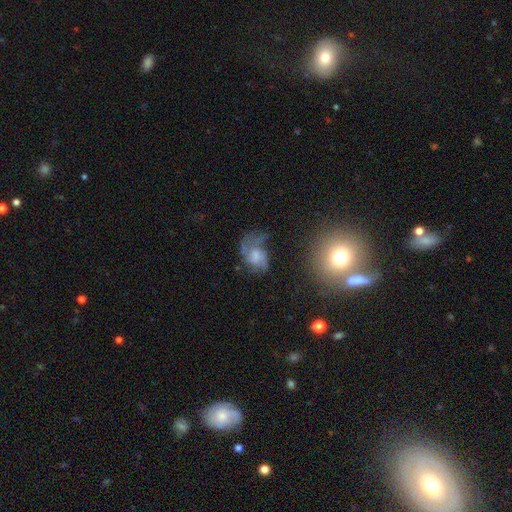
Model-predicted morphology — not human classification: featured or disk 54%, smooth 35%, star or artifact 12%. Down the decision tree: edge-on disk — no (97%); bar — no (64%); spiral arms — yes (70%); bulge size — none (31%); merging — major disturbance (43%).